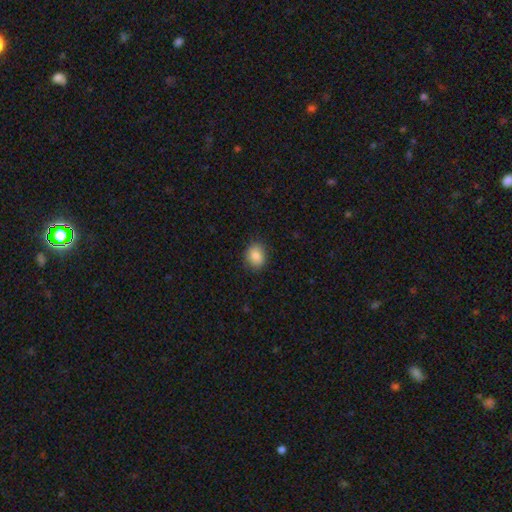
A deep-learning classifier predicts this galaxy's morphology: Smooth or featured: smooth — 85% (star or artifact — 9%)
How rounded: round — 51% (in between — 48%)
Merging: none — 85% (minor disturbance — 11%)